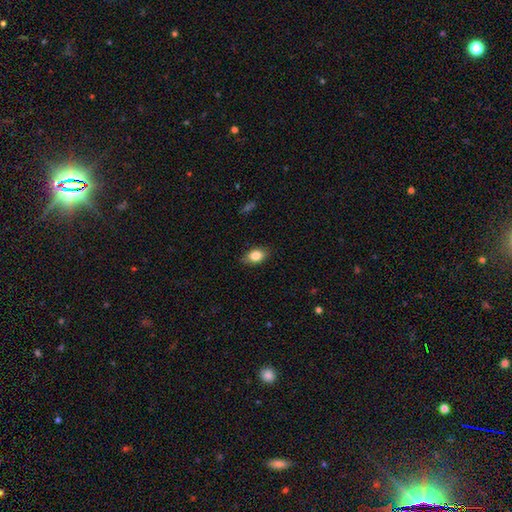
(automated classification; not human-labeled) The model was most divided on "how rounded": in between: 81%, round: 17%, cigar-shaped: 2%. More confident: merging — none (84%); smooth or featured — smooth (83%).